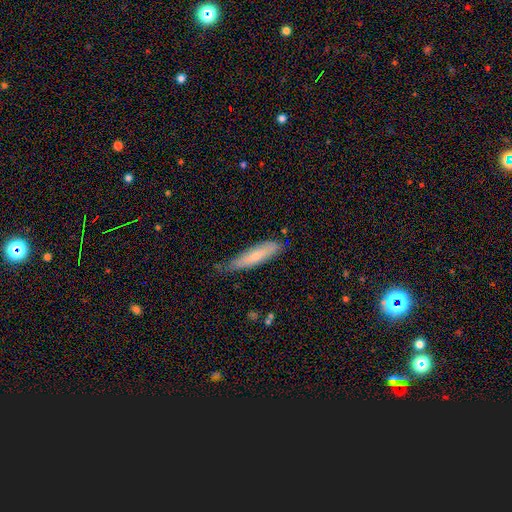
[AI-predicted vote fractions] Q: Smooth or featured?
A: smooth (67%); runner-up: featured or disk (26%)
Q: How rounded?
A: cigar-shaped (76%); runner-up: in between (22%)
Q: Merging?
A: none (60%); runner-up: minor disturbance (32%)